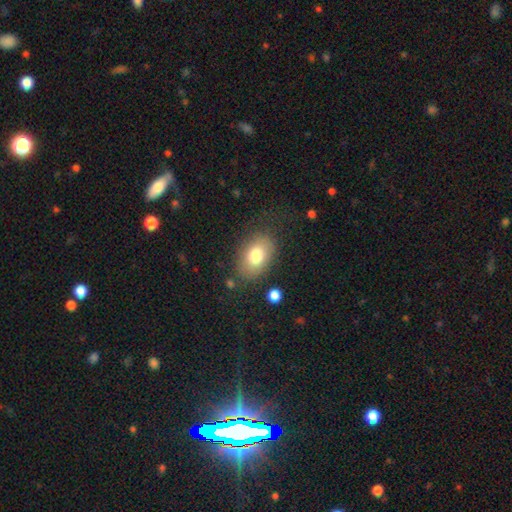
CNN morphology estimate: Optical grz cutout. It shows a smooth galaxy with no disk features (78%) that is in between round and cigar-shaped (85%). Merging: none (76%).